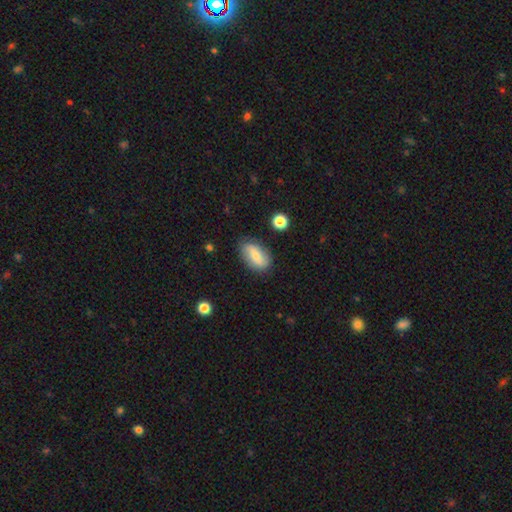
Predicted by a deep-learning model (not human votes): A smooth galaxy with no disk features (65%) that is in between round and cigar-shaped (88%).

Vote fractions:
- Smooth or featured? smooth: 65% / featured or disk: 28% / star or artifact: 8%
- How rounded? in between: 88% / round: 6% / cigar-shaped: 6%
- Merging? none: 78% / minor disturbance: 16% / major disturbance: 4% / merger: 2%